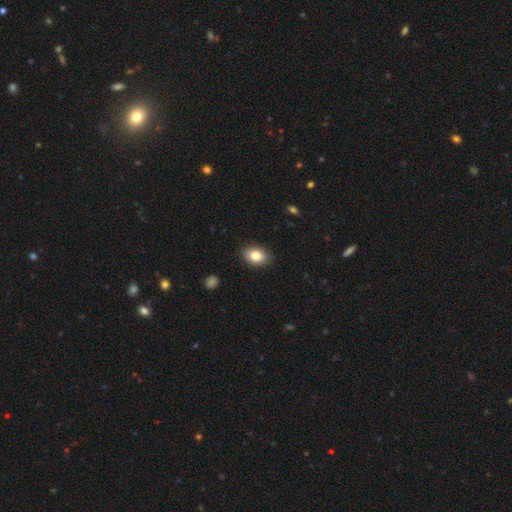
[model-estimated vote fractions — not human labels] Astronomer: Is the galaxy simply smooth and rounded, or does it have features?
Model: smooth — 83%.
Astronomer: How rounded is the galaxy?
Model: in between — 83%.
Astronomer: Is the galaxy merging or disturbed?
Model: none — 89%.